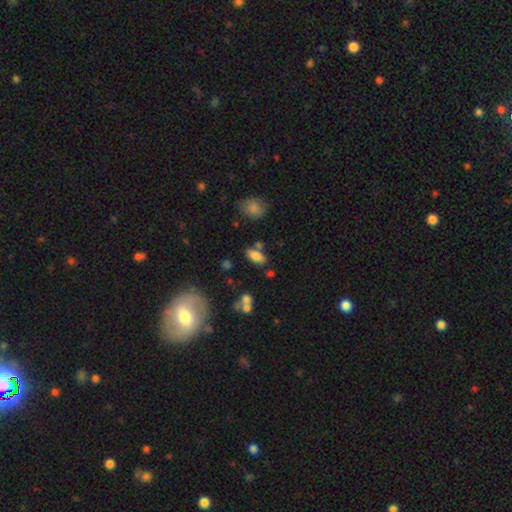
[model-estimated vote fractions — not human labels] Q: Smooth or featured?
A: smooth (80%); runner-up: featured or disk (10%)
Q: How rounded?
A: in between (89%); runner-up: cigar-shaped (7%)
Q: Merging?
A: none (70%); runner-up: minor disturbance (14%)